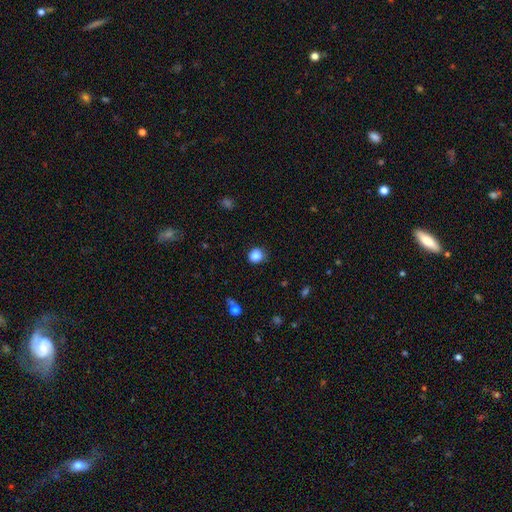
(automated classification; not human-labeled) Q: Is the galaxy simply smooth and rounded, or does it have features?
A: smooth — 85%.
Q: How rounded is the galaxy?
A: round — 88%.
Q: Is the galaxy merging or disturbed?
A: none — 87%.